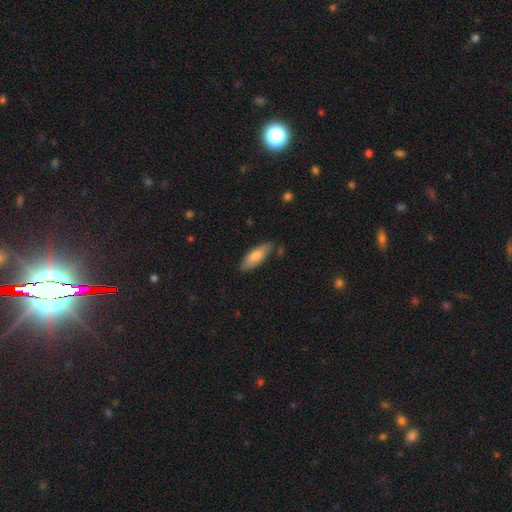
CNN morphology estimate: This appears to be a smooth galaxy with no disk features (77%) that is in between round and cigar-shaped (65%). Merging: none (77%).